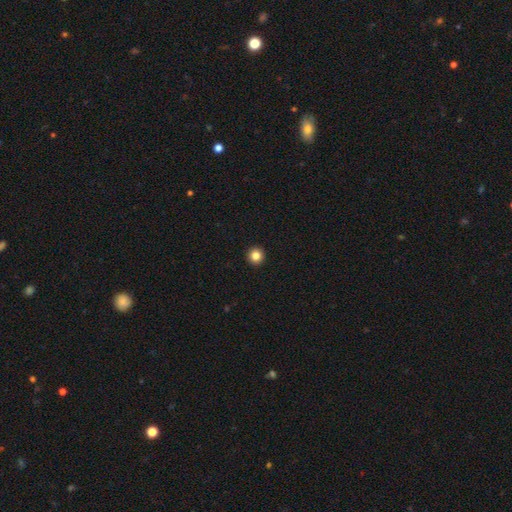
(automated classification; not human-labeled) smooth_or_featured: smooth (p=0.84) [alt: star or artifact p=0.11]
how_rounded: round (p=0.96) [alt: in between p=0.03]
merging: none (p=0.95) [alt: minor disturbance p=0.03]